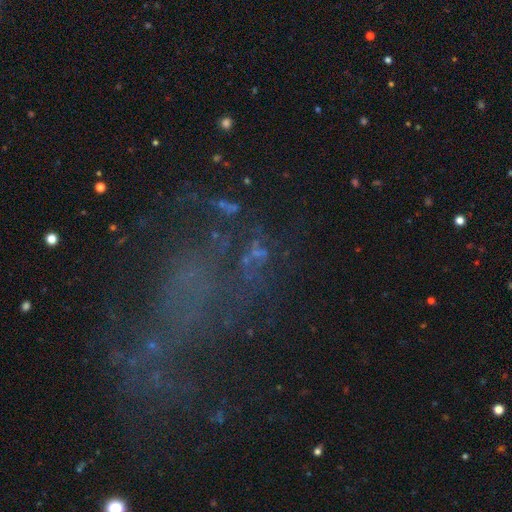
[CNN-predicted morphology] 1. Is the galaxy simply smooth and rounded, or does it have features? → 45% star or artifact, 35% featured or disk, 20% smooth.